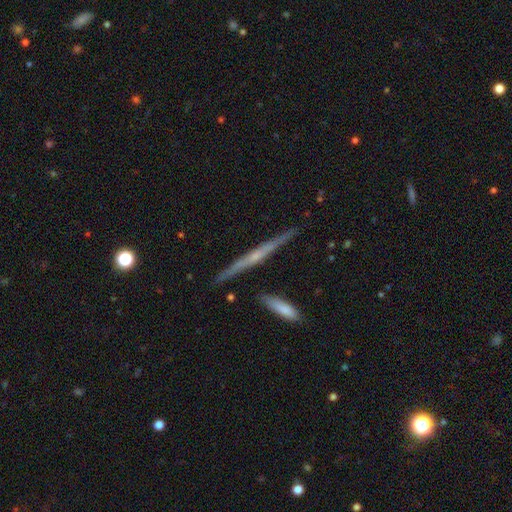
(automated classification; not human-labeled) smooth_or_featured: featured or disk (p=0.70) [alt: smooth p=0.23]
disk_edge_on: yes (p=0.97) [alt: no p=0.03]
edge_on_bulge: none (p=0.50) [alt: rounded p=0.41]
merging: none (p=0.87) [alt: minor disturbance p=0.08]